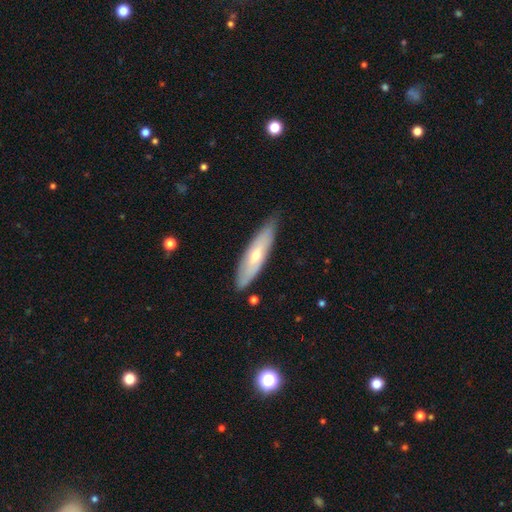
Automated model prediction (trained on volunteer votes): This is possibly a featured or disk galaxy (48%). Merging: likely none (79%).